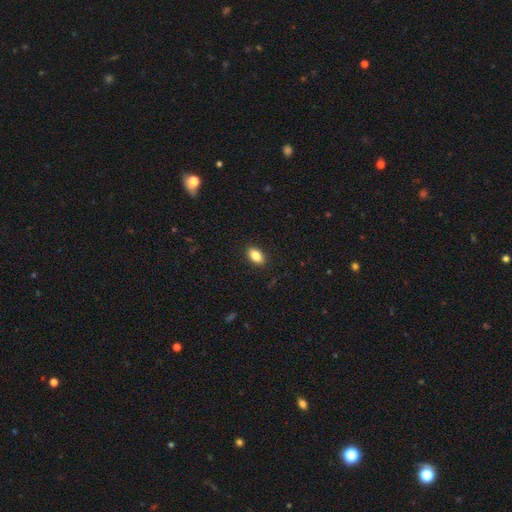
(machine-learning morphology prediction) Overall: smooth (85%). How rounded: in between (90%). Merging: none (89%).